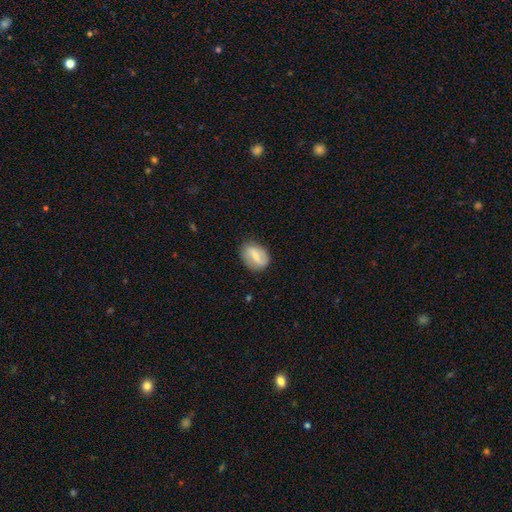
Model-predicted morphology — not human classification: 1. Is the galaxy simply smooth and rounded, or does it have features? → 47% smooth, 46% featured or disk, 7% star or artifact.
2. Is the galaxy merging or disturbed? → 77% none, 17% minor disturbance, 5% major disturbance, 1% merger.